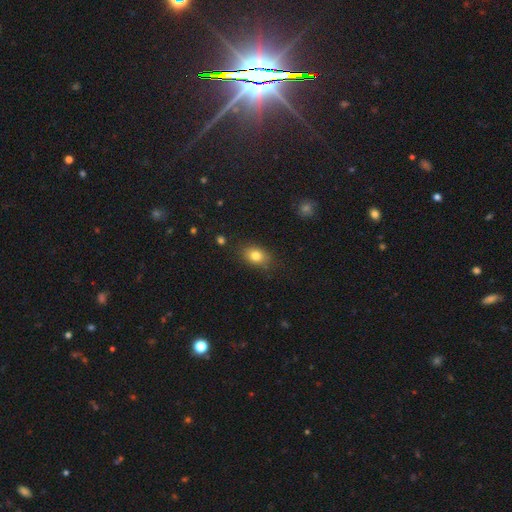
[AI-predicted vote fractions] This appears to be a smooth galaxy with no disk features (81%) that is in between round and cigar-shaped (73%). Merging: none (81%).